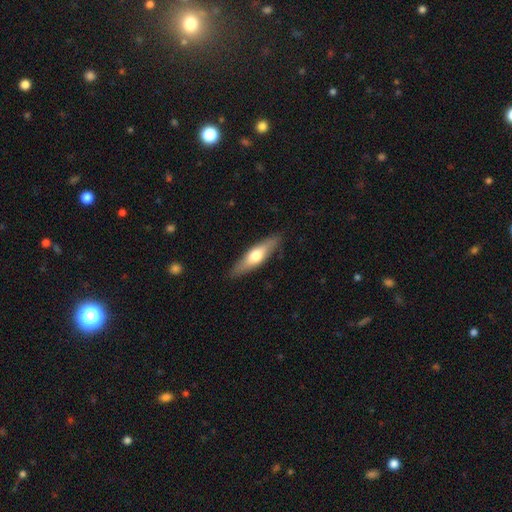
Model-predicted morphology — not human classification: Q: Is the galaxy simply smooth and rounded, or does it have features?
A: smooth — 53%.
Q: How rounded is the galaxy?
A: cigar-shaped — 65%.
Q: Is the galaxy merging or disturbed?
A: none — 87%.